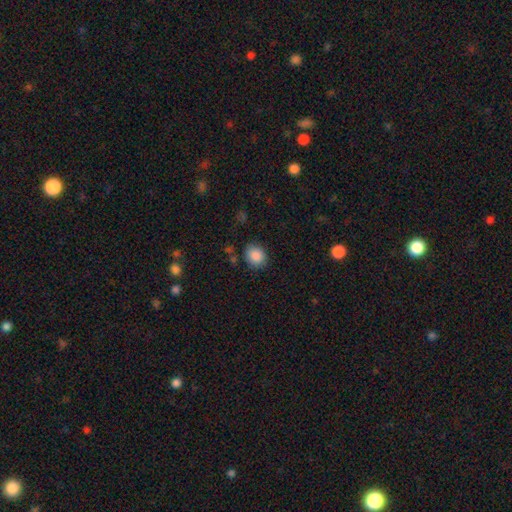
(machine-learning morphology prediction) type=smooth (88%); roundness=round (61%); merging=none (83%).